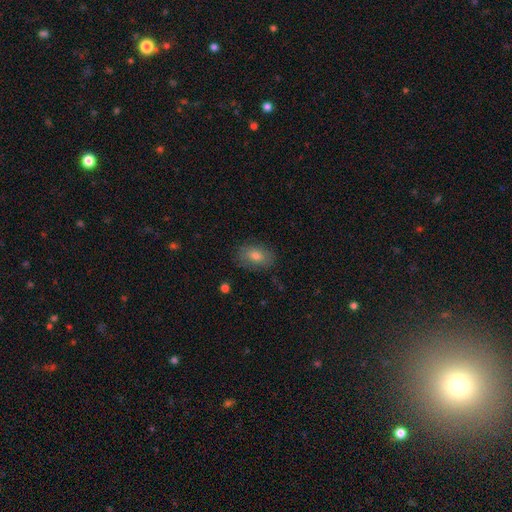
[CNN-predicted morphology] Smooth or featured?
  - smooth: 72% *
  - featured or disk: 17%
  - star or artifact: 10%
How rounded?
  - in between: 83% *
  - round: 15%
  - cigar-shaped: 2%
Merging?
  - none: 83% *
  - minor disturbance: 13%
  - major disturbance: 3%
  - merger: 1%